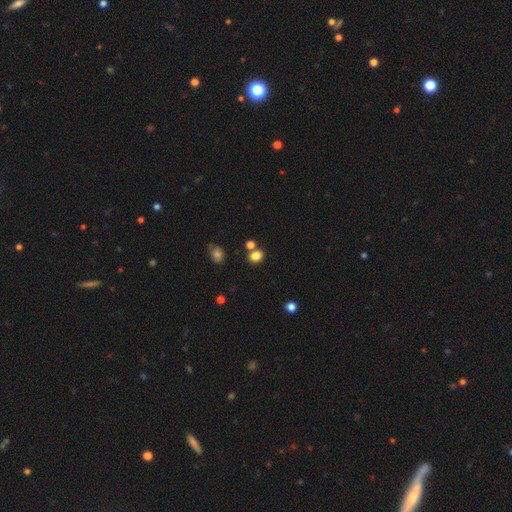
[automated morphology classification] type=smooth (81%); roundness=in between (56%); merging=none (66%).